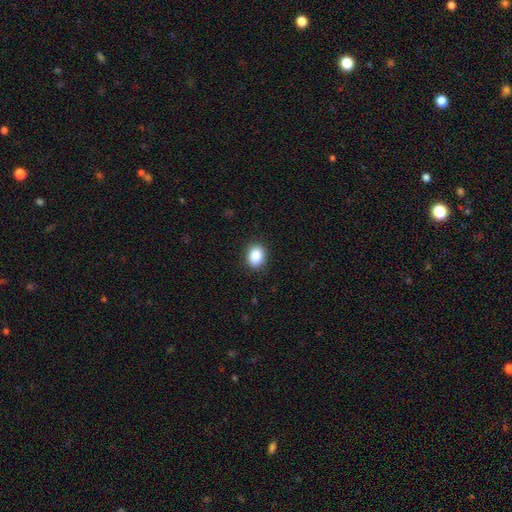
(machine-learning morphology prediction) Smooth or featured?
  - smooth: 89% *
  - star or artifact: 8%
  - featured or disk: 3%
How rounded?
  - in between: 56% *
  - round: 44%
  - cigar-shaped: 1%
Merging?
  - none: 88% *
  - minor disturbance: 8%
  - major disturbance: 2%
  - merger: 1%